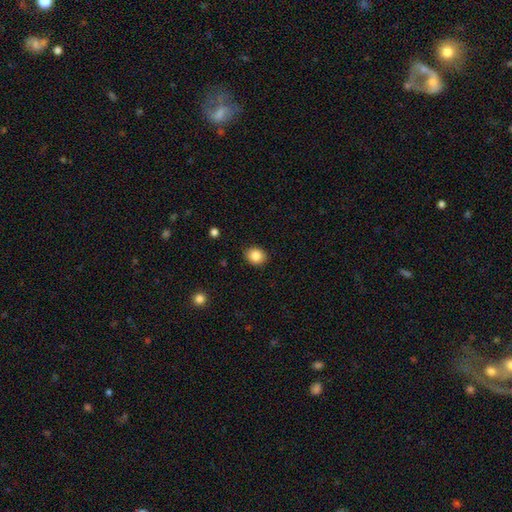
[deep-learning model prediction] Q: Smooth or featured?
A: smooth (86%); runner-up: star or artifact (9%)
Q: How rounded?
A: round (60%); runner-up: in between (39%)
Q: Merging?
A: none (88%); runner-up: minor disturbance (9%)